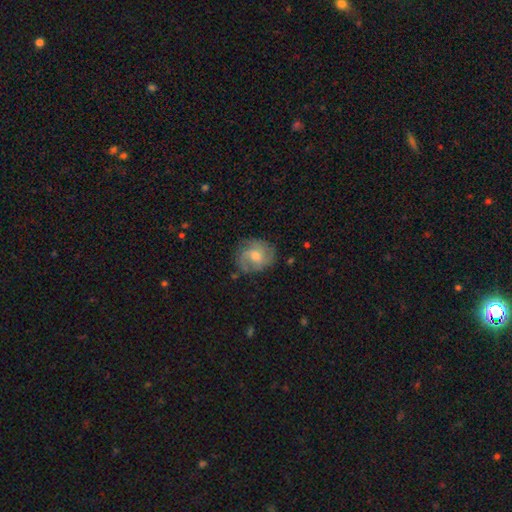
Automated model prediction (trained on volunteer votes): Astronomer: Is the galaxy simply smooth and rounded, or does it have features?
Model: featured or disk — 59%.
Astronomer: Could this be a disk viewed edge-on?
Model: no — 97%.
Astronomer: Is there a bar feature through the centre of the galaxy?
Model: no — 66%.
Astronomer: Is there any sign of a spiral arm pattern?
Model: yes — 85%.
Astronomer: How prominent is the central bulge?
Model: moderate — 61%.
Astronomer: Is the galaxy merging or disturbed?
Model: none — 72%.